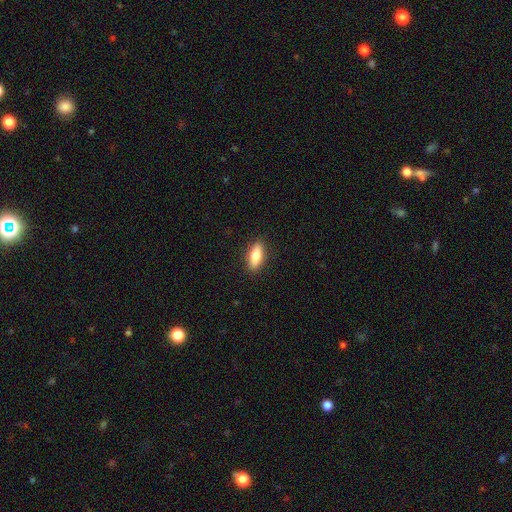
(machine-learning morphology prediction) Overall: smooth (77%). How rounded: in between (71%). Merging: none (89%).